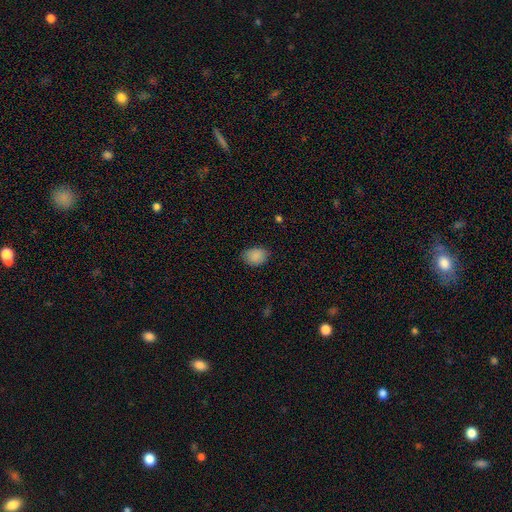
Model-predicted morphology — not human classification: Overall: smooth (88%). How rounded: in between (69%; round 30%). Merging: none (79%).